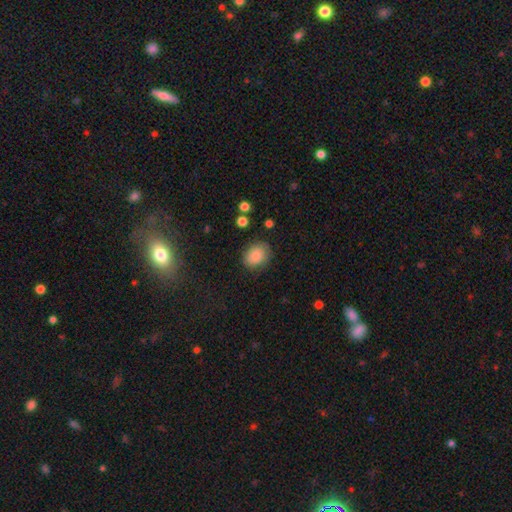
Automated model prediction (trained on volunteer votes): smooth_or_featured: smooth (p=0.81) [alt: featured or disk p=0.10]
how_rounded: in between (p=0.57) [alt: round p=0.42]
merging: none (p=0.73) [alt: minor disturbance p=0.19]